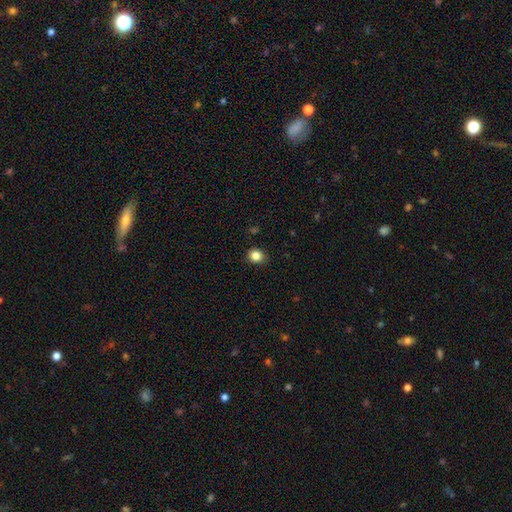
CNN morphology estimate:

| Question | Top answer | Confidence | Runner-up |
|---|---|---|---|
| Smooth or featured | smooth | 84% | star or artifact (11%) |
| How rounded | round | 82% | in between (17%) |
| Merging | none | 87% | minor disturbance (9%) |